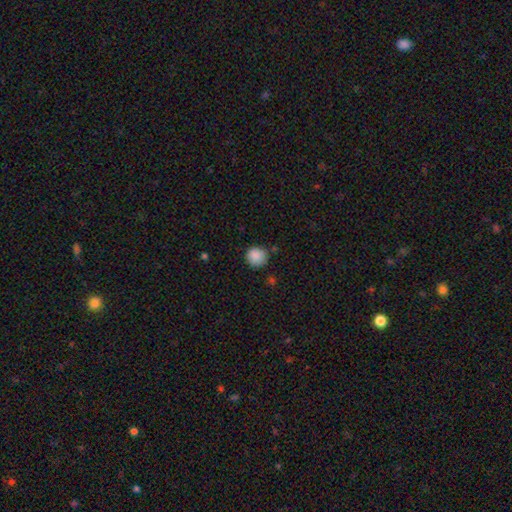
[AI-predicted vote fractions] A smooth galaxy with no disk features (88%) that is round (91%). Merging: none (77%).